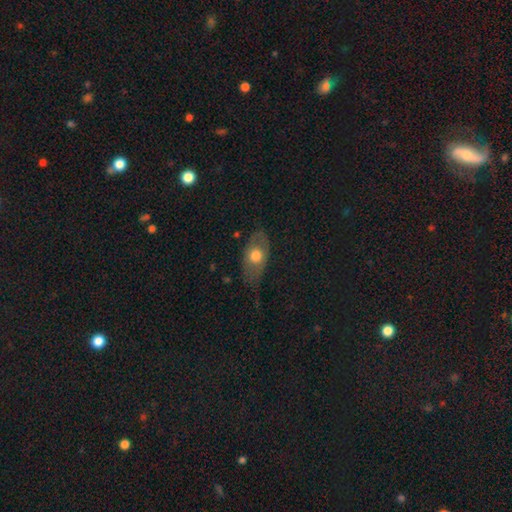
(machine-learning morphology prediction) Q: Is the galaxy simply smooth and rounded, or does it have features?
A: smooth — 60%.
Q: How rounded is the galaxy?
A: in between — 84%.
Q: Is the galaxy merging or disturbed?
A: none — 62%.